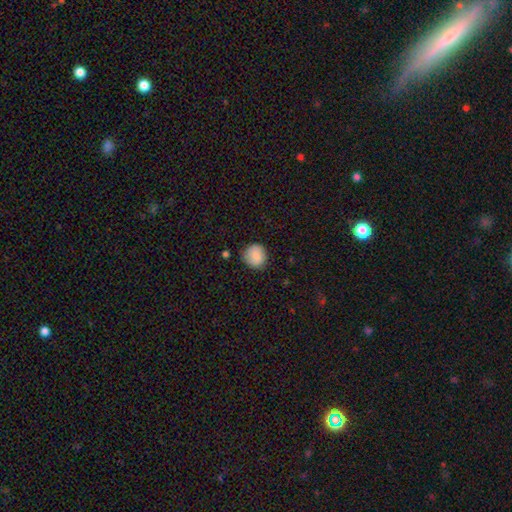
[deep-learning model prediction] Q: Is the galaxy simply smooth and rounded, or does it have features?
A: smooth — 86%.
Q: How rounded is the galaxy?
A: round — 90%.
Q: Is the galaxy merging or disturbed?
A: none — 81%.